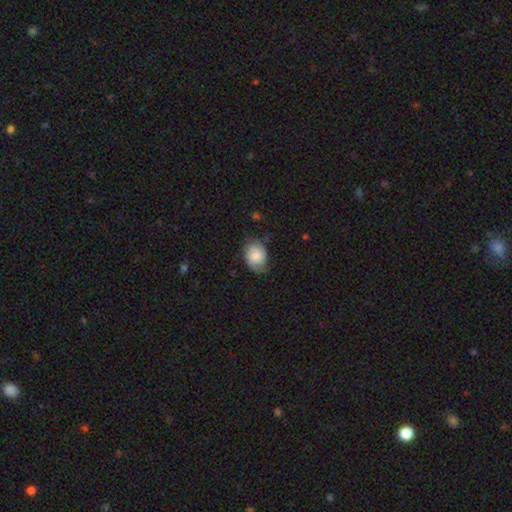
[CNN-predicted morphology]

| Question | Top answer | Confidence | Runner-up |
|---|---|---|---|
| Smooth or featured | smooth | 71% | featured or disk (22%) |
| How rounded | in between | 59% | round (40%) |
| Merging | none | 62% | minor disturbance (29%) |